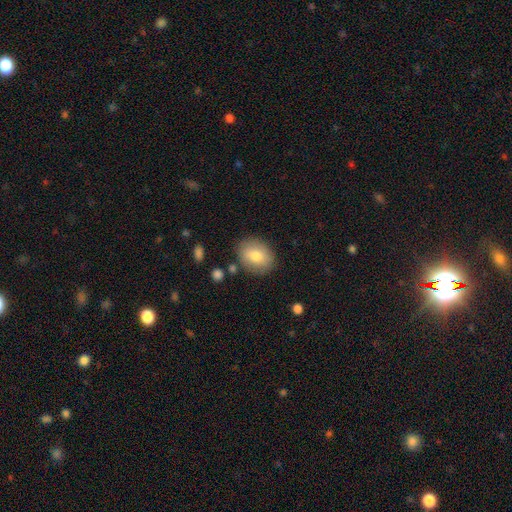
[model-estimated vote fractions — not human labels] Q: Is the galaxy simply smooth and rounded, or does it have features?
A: smooth — 78%.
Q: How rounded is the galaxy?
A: in between — 60%.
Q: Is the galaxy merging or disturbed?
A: none — 84%.